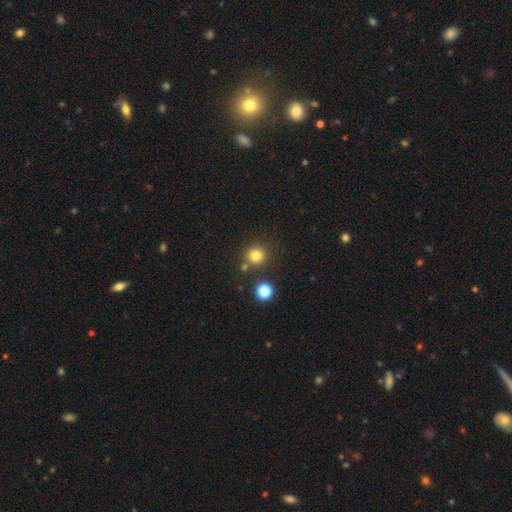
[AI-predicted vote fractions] Q: Smooth or featured?
A: smooth (80%); runner-up: star or artifact (14%)
Q: How rounded?
A: round (93%); runner-up: in between (6%)
Q: Merging?
A: none (80%); runner-up: merger (9%)